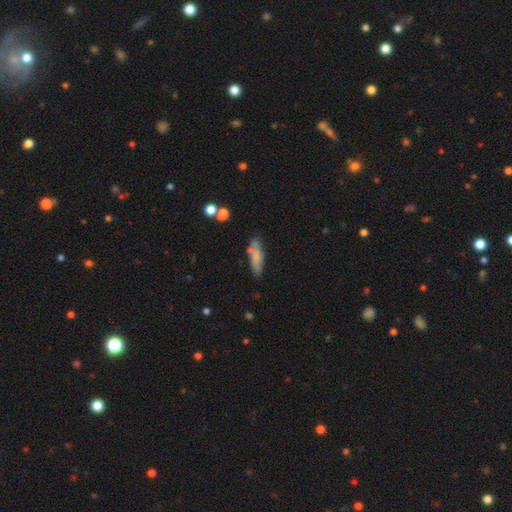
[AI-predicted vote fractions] The model was most divided on "how rounded": cigar-shaped: 60%, in between: 37%, round: 2%. More confident: smooth or featured — smooth (72%); merging — none (65%).